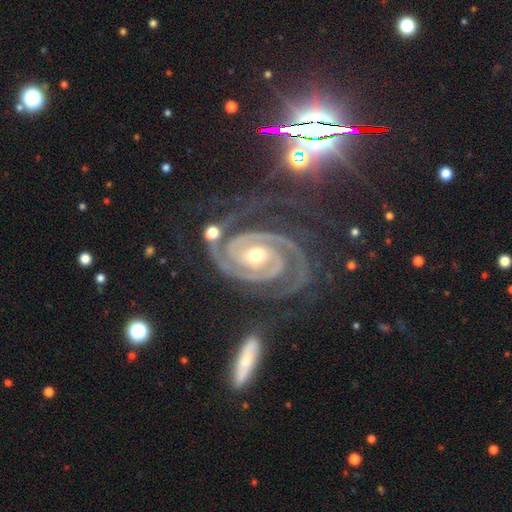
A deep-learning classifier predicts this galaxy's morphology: This appears to be a featured or disk galaxy (93%) with no bar (53%), 2 (86%) tight (76%) spiral arms (99%) and a moderate central bulge (65%). Merging: none (66%).